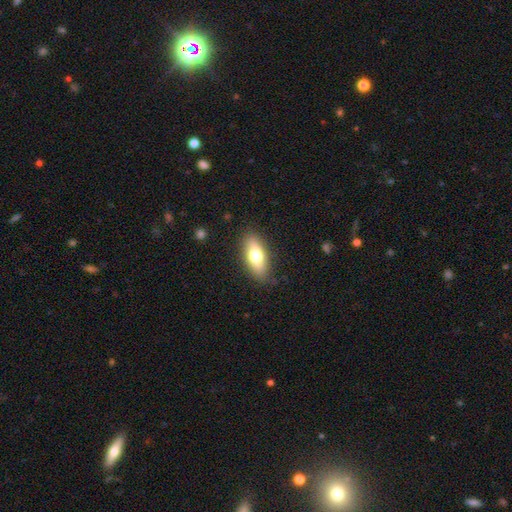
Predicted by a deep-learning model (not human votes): A smooth galaxy with no disk features (69%) that is in between round and cigar-shaped (75%). Merging: none (85%).